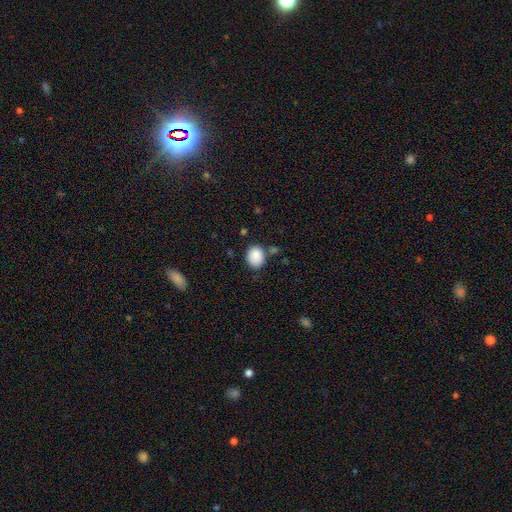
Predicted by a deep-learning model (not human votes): This appears to be a smooth galaxy with no disk features (88%) that is round (62%). Merging: none (73%).